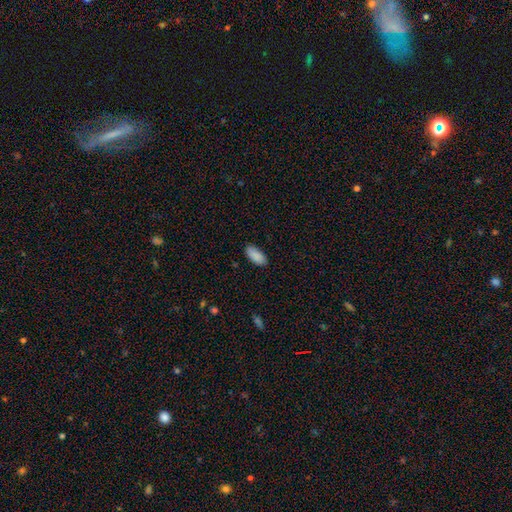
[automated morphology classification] Q: Smooth or featured?
A: smooth (90%); runner-up: star or artifact (7%)
Q: How rounded?
A: in between (90%); runner-up: cigar-shaped (9%)
Q: Merging?
A: none (87%); runner-up: minor disturbance (10%)